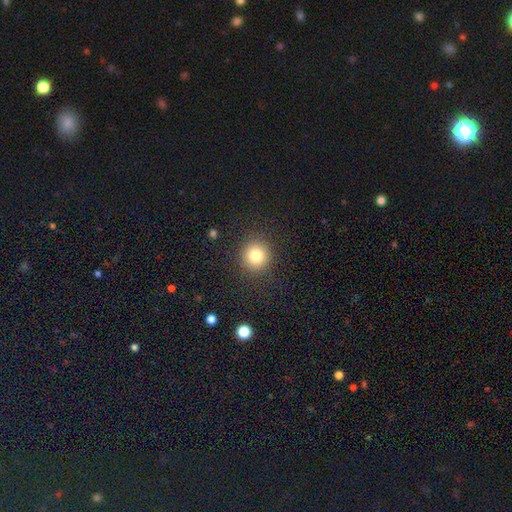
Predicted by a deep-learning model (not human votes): This appears to be a smooth galaxy with no disk features (82%) that is round (91%). Merging: none (89%).